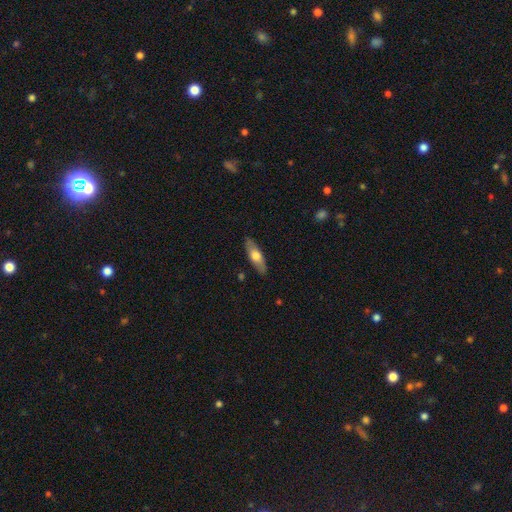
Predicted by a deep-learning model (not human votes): A smooth galaxy with no disk features (59%) that is in between round and cigar-shaped (52%).

Vote fractions:
- Smooth or featured? smooth: 59% / featured or disk: 36% / star or artifact: 5%
- How rounded? in between: 52% / cigar-shaped: 46% / round: 2%
- Merging? none: 86% / minor disturbance: 11% / major disturbance: 2% / merger: 1%